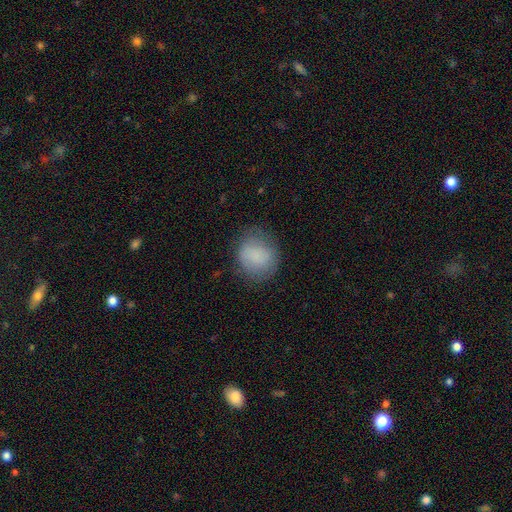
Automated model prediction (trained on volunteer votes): The model was most divided on "how rounded": round: 73%, in between: 26%, cigar-shaped: 1%. More confident: smooth or featured — smooth (81%); merging — none (71%).